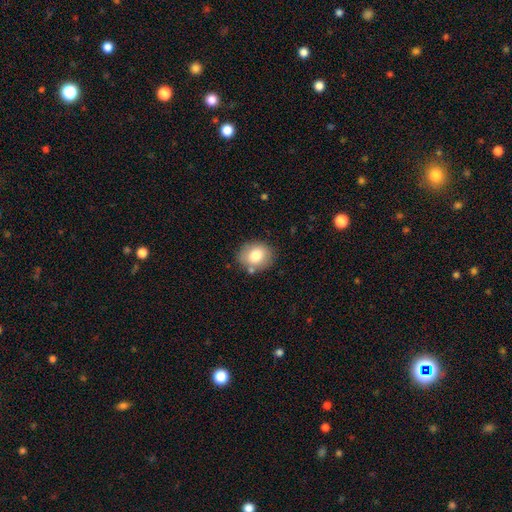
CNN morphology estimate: A smooth galaxy with no disk features (79%) that is round (56%).

Vote fractions:
- Smooth or featured? smooth: 79% / featured or disk: 12% / star or artifact: 8%
- How rounded? round: 56% / in between: 43% / cigar-shaped: 1%
- Merging? none: 77% / minor disturbance: 14% / merger: 6% / major disturbance: 4%